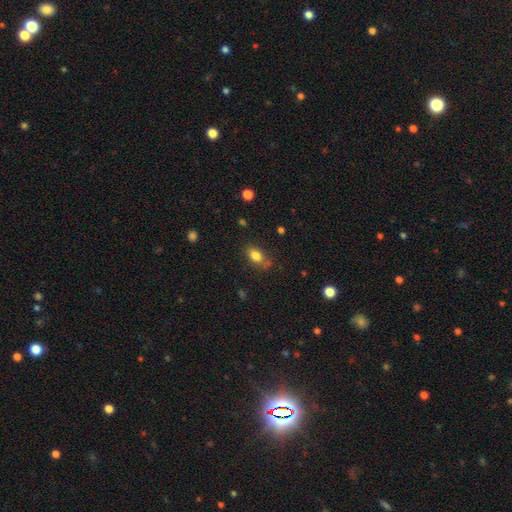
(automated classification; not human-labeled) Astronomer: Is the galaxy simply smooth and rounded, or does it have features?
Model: smooth — 82%.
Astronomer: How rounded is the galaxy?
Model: in between — 83%.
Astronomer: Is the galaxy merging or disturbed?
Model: none — 71%.